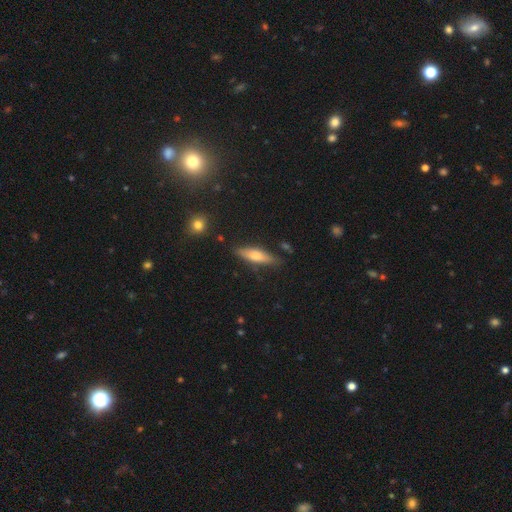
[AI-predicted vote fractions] Smooth or featured: smooth — 58% (featured or disk — 35%)
How rounded: cigar-shaped — 62% (in between — 36%)
Merging: none — 81% (minor disturbance — 14%)